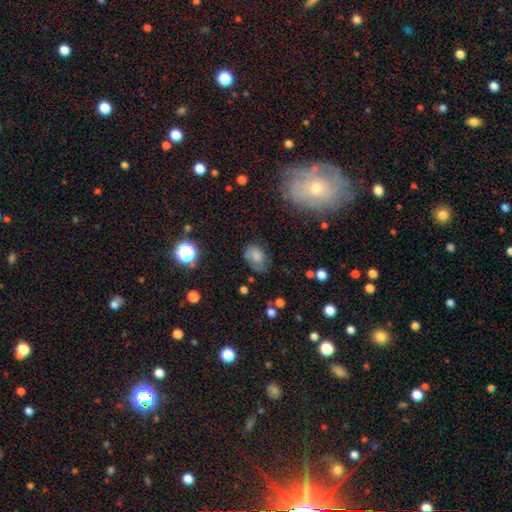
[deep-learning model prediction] This is likely a smooth galaxy (70%). How rounded: likely in between (72%). Merging: possibly none (50%).